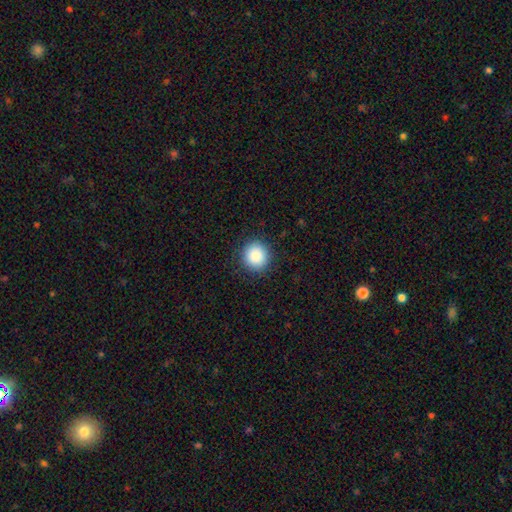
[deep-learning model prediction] A smooth galaxy with no disk features (88%) that is round (92%).

Vote fractions:
- Smooth or featured? smooth: 88% / star or artifact: 9% / featured or disk: 3%
- How rounded? round: 92% / in between: 7% / cigar-shaped: 1%
- Merging? none: 91% / minor disturbance: 6% / major disturbance: 2% / merger: 1%